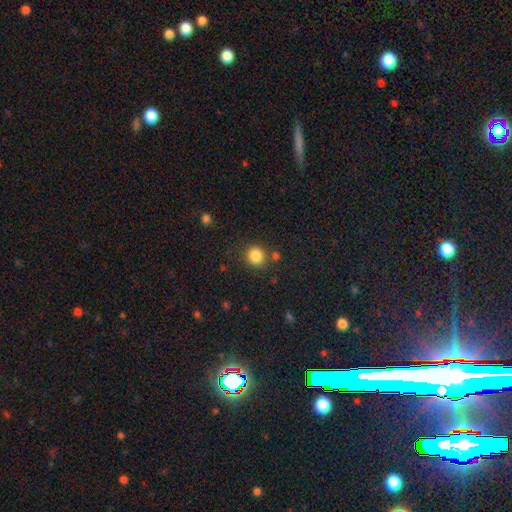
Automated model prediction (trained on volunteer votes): smooth_or_featured: smooth (p=0.85) [alt: star or artifact p=0.11]
how_rounded: round (p=0.86) [alt: in between p=0.13]
merging: none (p=0.81) [alt: minor disturbance p=0.10]